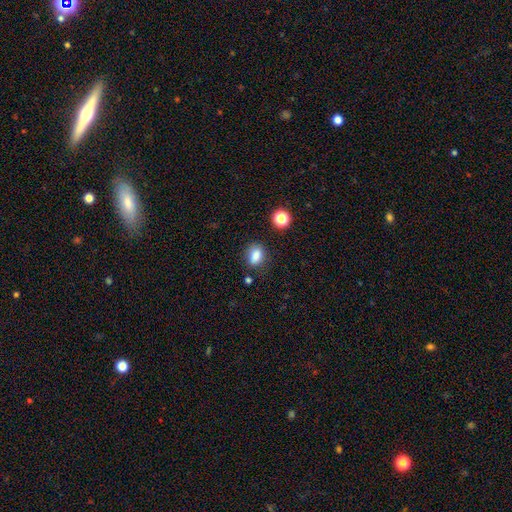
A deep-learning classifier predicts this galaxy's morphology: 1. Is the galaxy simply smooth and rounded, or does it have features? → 83% smooth, 11% star or artifact, 6% featured or disk.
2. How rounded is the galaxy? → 70% in between, 28% round, 2% cigar-shaped.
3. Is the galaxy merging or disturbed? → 73% none, 17% minor disturbance, 5% major disturbance, 5% merger.